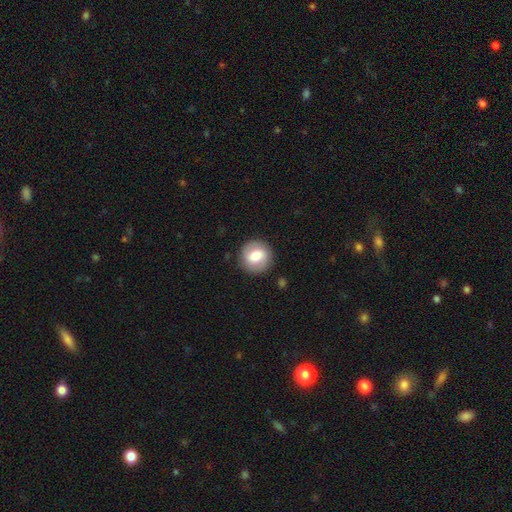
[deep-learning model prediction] smooth-or-featured: smooth: 62% | featured or disk: 32% | star or artifact: 7%
  how-rounded: round: 89% | in between: 10% | cigar-shaped: 1%
  merging: none: 87% | minor disturbance: 8% | major disturbance: 3% | merger: 1%